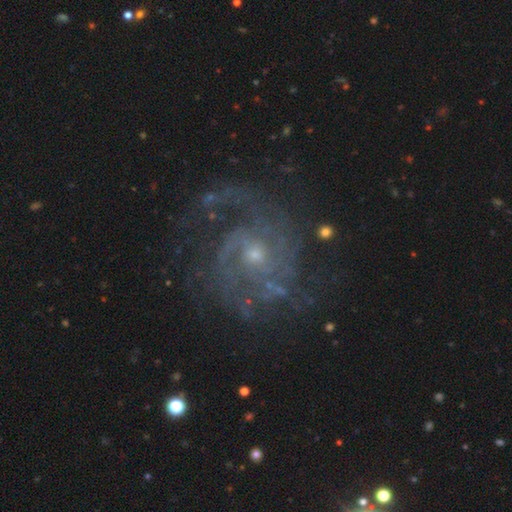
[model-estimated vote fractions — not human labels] Smooth or featured? featured or disk (87%)
Edge-on disk? no (98%)
Bar? no (61%)
Spiral arms? yes (96%)
Spiral winding? medium (45%)
Spiral arm count? 2 (51%)
Bulge size? small (65%)
Merging? none (69%)